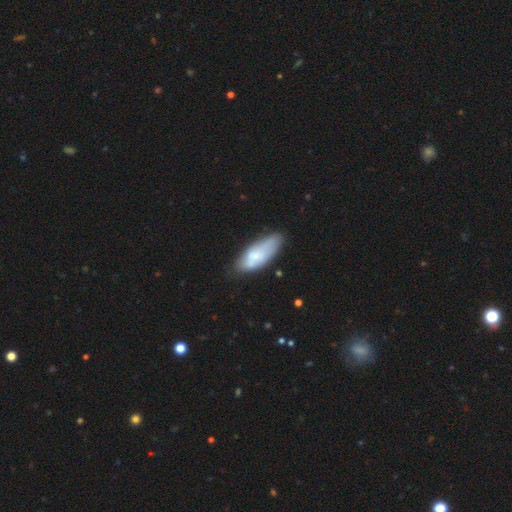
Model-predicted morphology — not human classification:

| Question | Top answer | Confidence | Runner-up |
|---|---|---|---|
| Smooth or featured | smooth | 67% | featured or disk (26%) |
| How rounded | in between | 74% | cigar-shaped (24%) |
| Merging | none | 64% | minor disturbance (26%) |